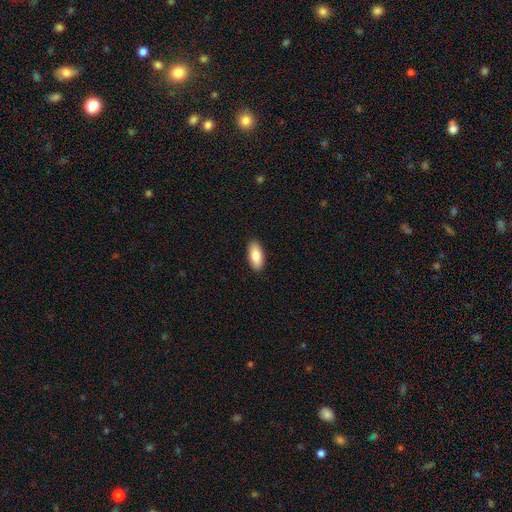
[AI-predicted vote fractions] smooth_or_featured: smooth (p=0.84) [alt: featured or disk p=0.10]
how_rounded: in between (p=0.89) [alt: cigar-shaped p=0.09]
merging: none (p=0.90) [alt: minor disturbance p=0.07]